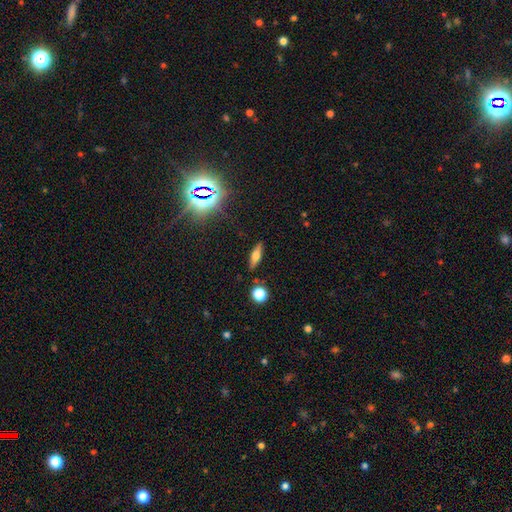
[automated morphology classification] The model was most divided on "smooth or featured": smooth: 47%, featured or disk: 42%, star or artifact: 12%. More confident: merging — none (85%).